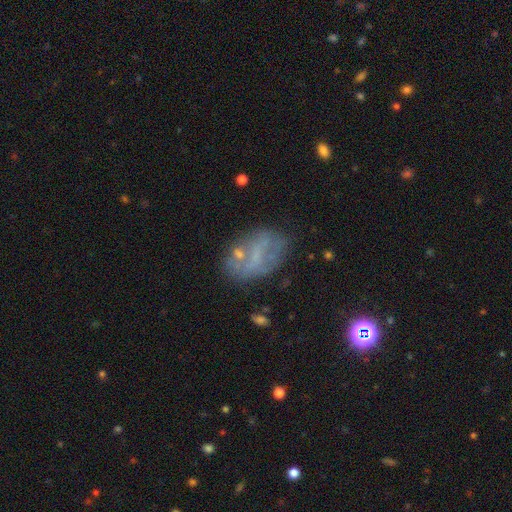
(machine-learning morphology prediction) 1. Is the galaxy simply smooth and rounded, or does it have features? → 47% featured or disk, 36% smooth, 17% star or artifact.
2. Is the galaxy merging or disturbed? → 60% none, 21% minor disturbance, 12% major disturbance, 7% merger.